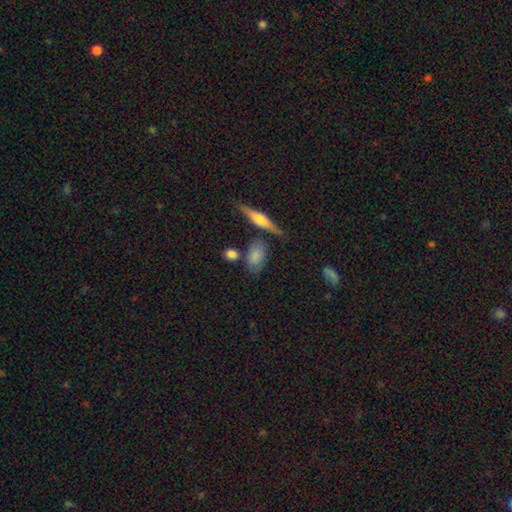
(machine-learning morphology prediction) smooth-or-featured: smooth: 75% | featured or disk: 17% | star or artifact: 8%
  how-rounded: in between: 83% | round: 11% | cigar-shaped: 6%
  merging: none: 65% | minor disturbance: 20% | merger: 10% | major disturbance: 6%